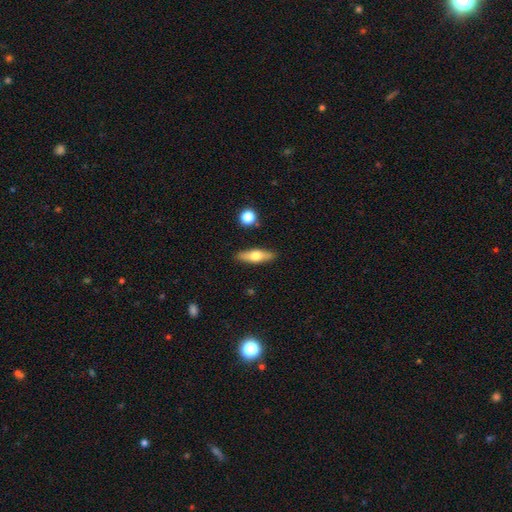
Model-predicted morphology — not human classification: smooth-or-featured: smooth: 57% | featured or disk: 36% | star or artifact: 6%
  how-rounded: in between: 48% (tied) | cigar-shaped: 48% (tied) | round: 4%
  merging: none: 88% | minor disturbance: 8% | merger: 2% | major disturbance: 2%